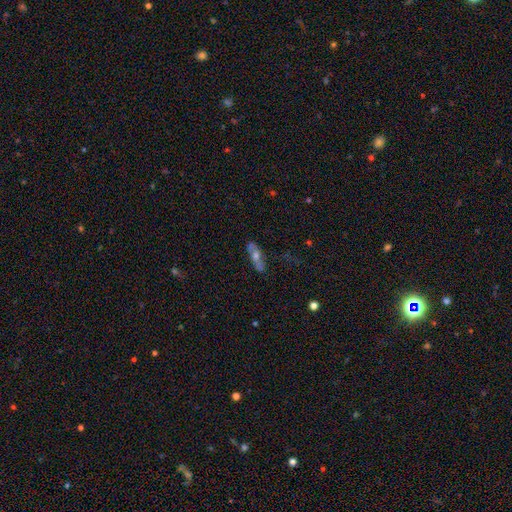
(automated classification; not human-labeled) Smooth or featured? featured or disk (52%)
Edge-on disk? no (52%)
Merging? none (74%)